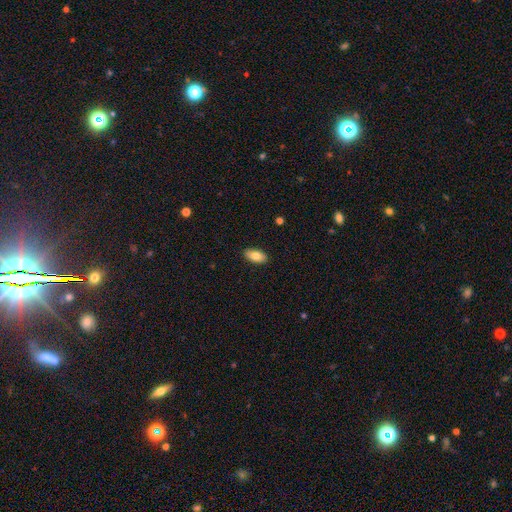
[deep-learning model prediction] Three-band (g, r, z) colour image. It shows a smooth galaxy with no disk features (80%) that is in between round and cigar-shaped (92%). Merging: none (89%).